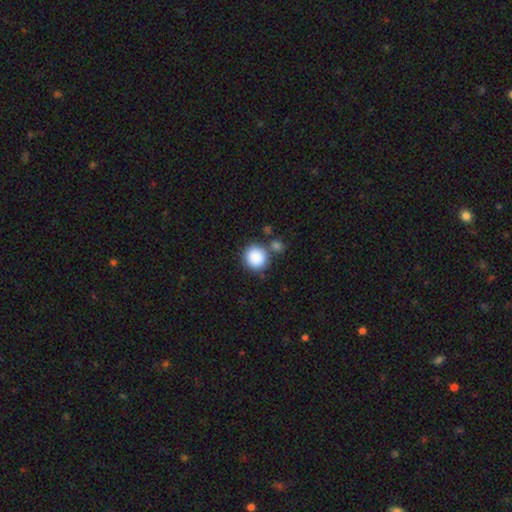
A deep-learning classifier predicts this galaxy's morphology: Smooth or featured?
  - smooth: 88% *
  - star or artifact: 8%
  - featured or disk: 4%
How rounded?
  - round: 88% *
  - in between: 11%
  - cigar-shaped: 1%
Merging?
  - none: 72% *
  - merger: 14%
  - minor disturbance: 10%
  - major disturbance: 4%